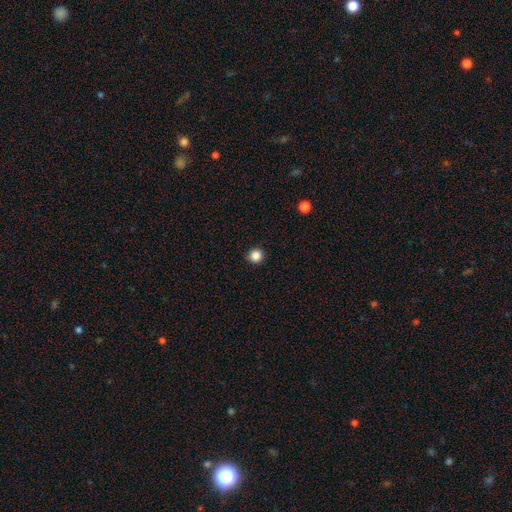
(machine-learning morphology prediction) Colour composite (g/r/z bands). It shows a smooth galaxy with no disk features (86%) that is round (94%). Merging: none (92%).